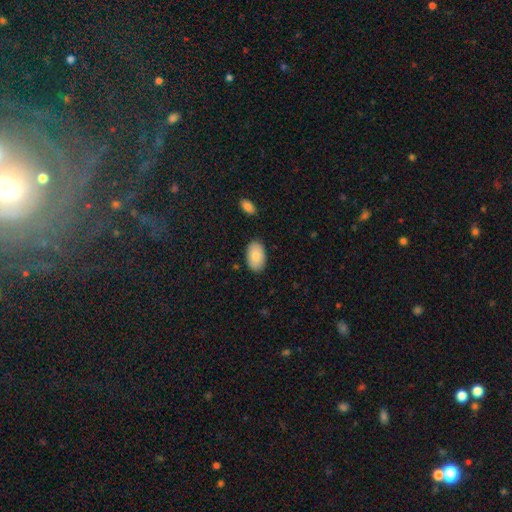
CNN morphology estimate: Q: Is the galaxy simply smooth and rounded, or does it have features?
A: smooth — 84%.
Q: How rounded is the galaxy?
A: in between — 94%.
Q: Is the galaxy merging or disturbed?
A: none — 86%.